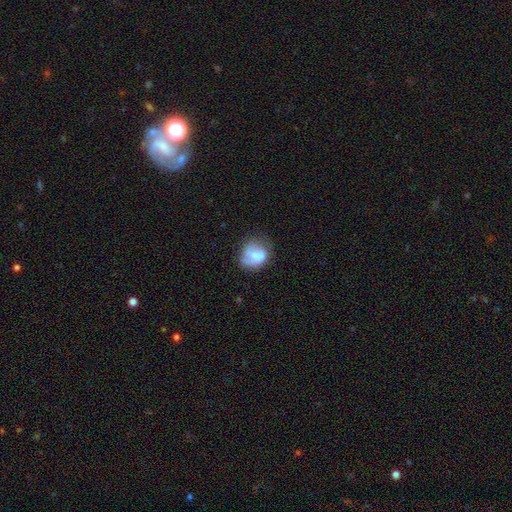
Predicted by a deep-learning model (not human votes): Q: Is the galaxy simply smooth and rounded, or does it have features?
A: smooth — 69%.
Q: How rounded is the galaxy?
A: round — 62%.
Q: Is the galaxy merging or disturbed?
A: none — 48%.